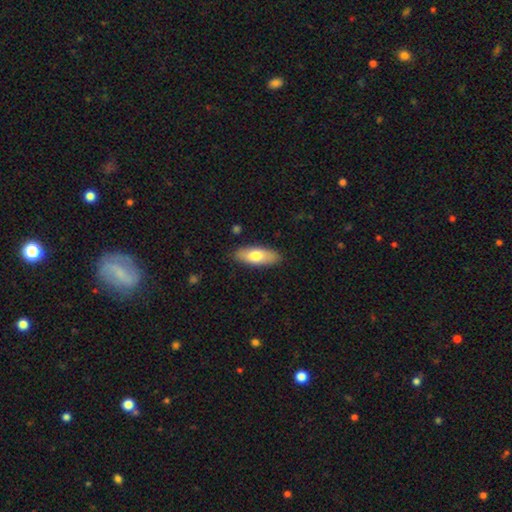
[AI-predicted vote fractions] This appears to be a smooth galaxy with no disk features (73%) that is in between round and cigar-shaped (75%). Merging: none (87%).